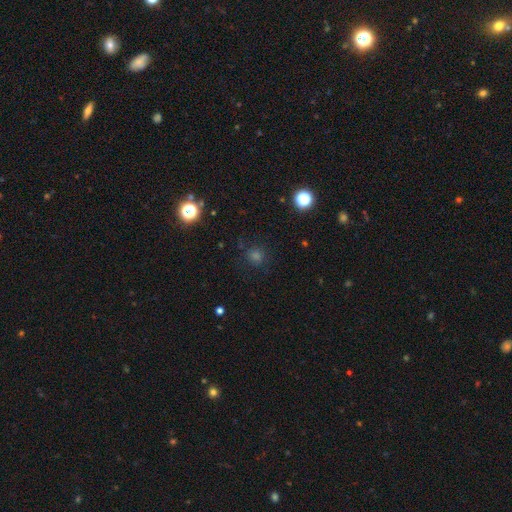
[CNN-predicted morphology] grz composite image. It shows a smooth galaxy with no disk features (60%) that is round (92%). Merging: none (85%).